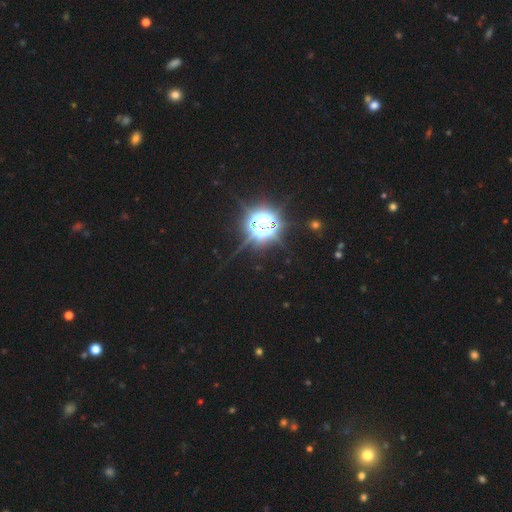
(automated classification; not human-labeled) Morphology: type=star or artifact (85%).